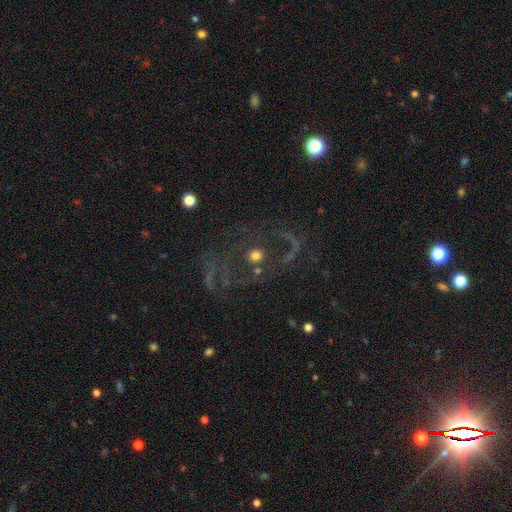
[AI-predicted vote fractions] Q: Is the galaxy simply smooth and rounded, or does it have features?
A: featured or disk — 52%.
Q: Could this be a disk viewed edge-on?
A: no — 96%.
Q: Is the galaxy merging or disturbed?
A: none — 61%.